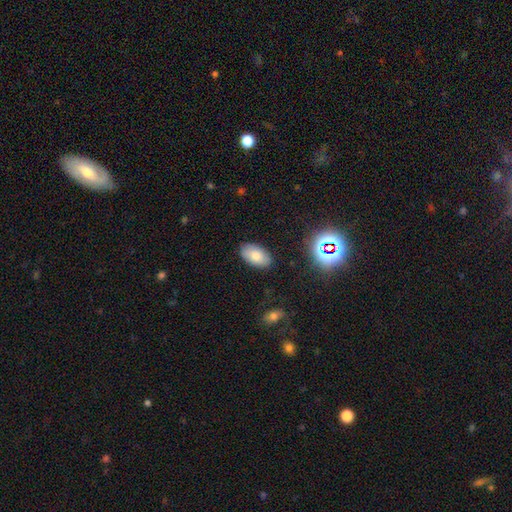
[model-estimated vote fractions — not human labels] A smooth galaxy with no disk features (76%) that is in between round and cigar-shaped (94%).

Vote fractions:
- Smooth or featured? smooth: 76% / featured or disk: 14% / star or artifact: 10%
- How rounded? in between: 94% / round: 5% / cigar-shaped: 1%
- Merging? none: 86% / minor disturbance: 10% / major disturbance: 2% / merger: 1%